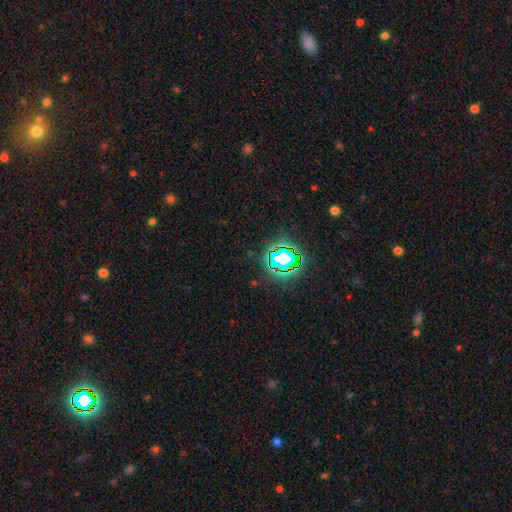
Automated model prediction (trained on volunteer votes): This is likely a star or artifact rather than a galaxy (78%).